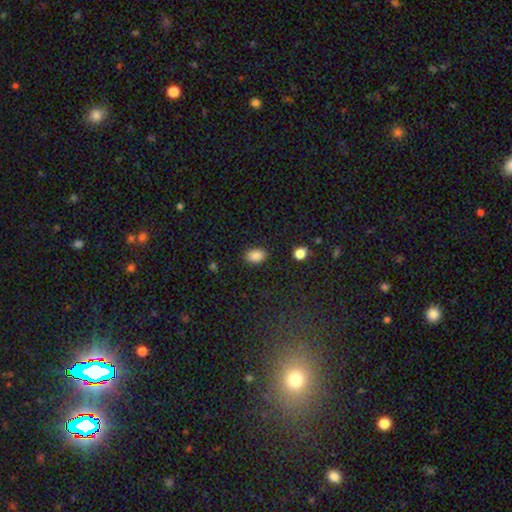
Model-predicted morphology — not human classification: Smooth or featured?
  - smooth: 87% *
  - star or artifact: 9%
  - featured or disk: 4%
How rounded?
  - in between: 82% *
  - round: 17%
  - cigar-shaped: 1%
Merging?
  - none: 85% *
  - minor disturbance: 10%
  - major disturbance: 3%
  - merger: 2%